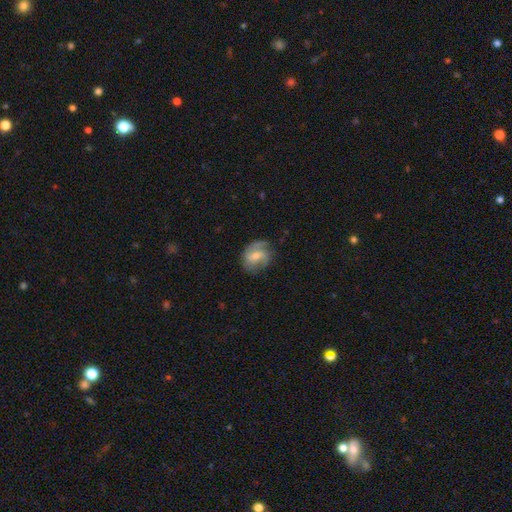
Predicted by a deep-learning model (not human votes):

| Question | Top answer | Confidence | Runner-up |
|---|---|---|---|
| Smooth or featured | featured or disk | 67% | smooth (25%) |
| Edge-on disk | no | 97% | yes (3%) |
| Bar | weak | 50% | no (34%) |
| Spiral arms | yes | 90% | no (10%) |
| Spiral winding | medium | 43% | tight (32%) |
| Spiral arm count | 2 | 56% | can't tell (17%) |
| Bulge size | moderate | 50% | small (43%) |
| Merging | none | 65% | minor disturbance (23%) |